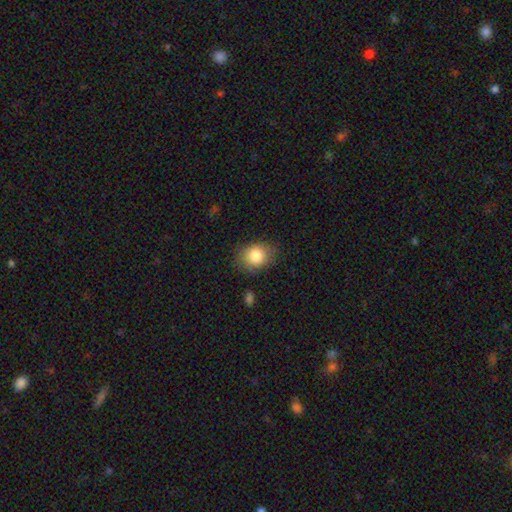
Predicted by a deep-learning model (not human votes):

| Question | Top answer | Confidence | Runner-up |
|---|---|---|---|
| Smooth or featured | smooth | 84% | star or artifact (8%) |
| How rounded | in between | 50% | round (49%) |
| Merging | none | 78% | minor disturbance (16%) |